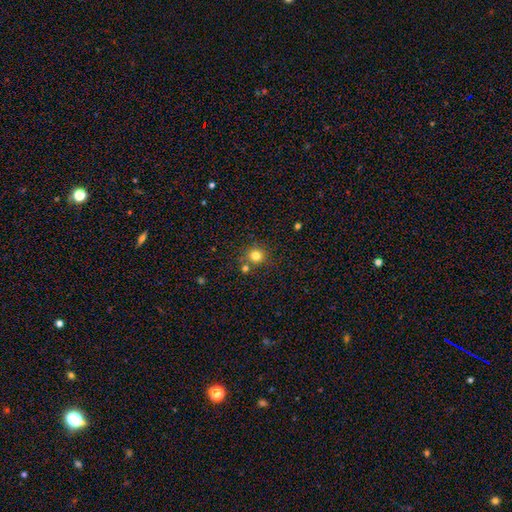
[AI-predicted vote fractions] The model was most divided on "merging": none: 75%, merger: 13%, minor disturbance: 9%, major disturbance: 3%. More confident: how rounded — round (91%); smooth or featured — smooth (79%).